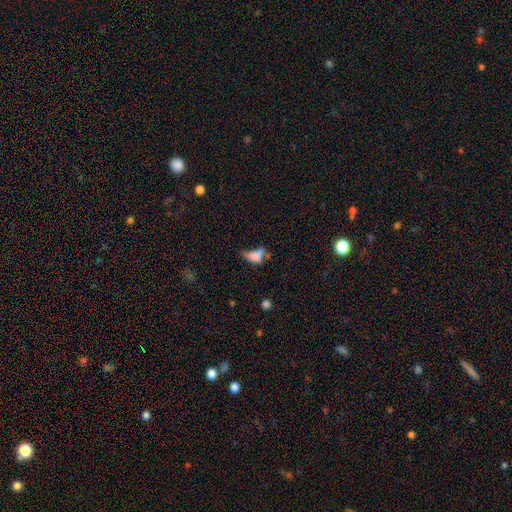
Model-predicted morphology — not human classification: This appears to be a smooth galaxy with no disk features (65%) that is in between round and cigar-shaped (80%). Merging: major disturbance (34%).